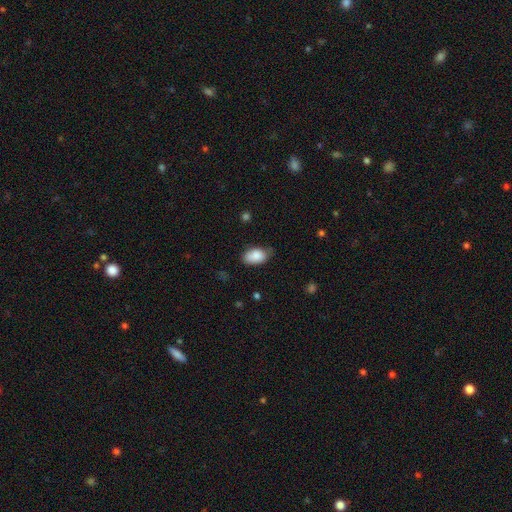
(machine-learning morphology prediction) A smooth galaxy with no disk features (87%) that is in between round and cigar-shaped (92%).

Vote fractions:
- Smooth or featured? smooth: 87% / star or artifact: 7% / featured or disk: 7%
- How rounded? in between: 92% / round: 6% / cigar-shaped: 2%
- Merging? none: 66% / minor disturbance: 27% / major disturbance: 5% / merger: 1%